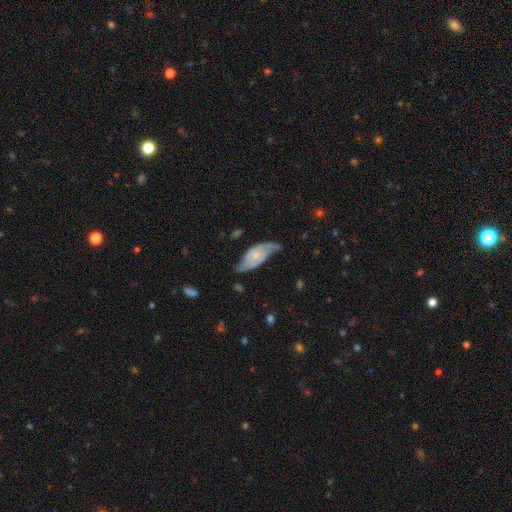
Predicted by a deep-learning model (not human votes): A featured or disk galaxy (63%) with no bar (69%), spiral arms (87%) and a small central bulge (55%).

Vote fractions:
- Smooth or featured? featured or disk: 63% / smooth: 31% / star or artifact: 6%
- Edge-on disk? no: 91% / yes: 9%
- Bar? no: 69% / weak: 25% / strong: 5%
- Spiral arms? yes: 87% / no: 13%
- Bulge size? small: 55% / moderate: 26% / none: 14% / large: 4% / dominant: 1%
- Merging? none: 50% / minor disturbance: 33% / major disturbance: 13% / merger: 3%